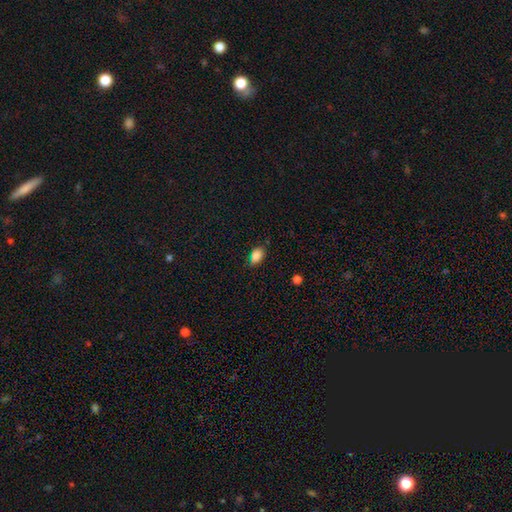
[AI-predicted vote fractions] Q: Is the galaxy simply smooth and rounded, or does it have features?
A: smooth — 85%.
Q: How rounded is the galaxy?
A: in between — 87%.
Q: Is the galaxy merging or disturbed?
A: none — 72%.